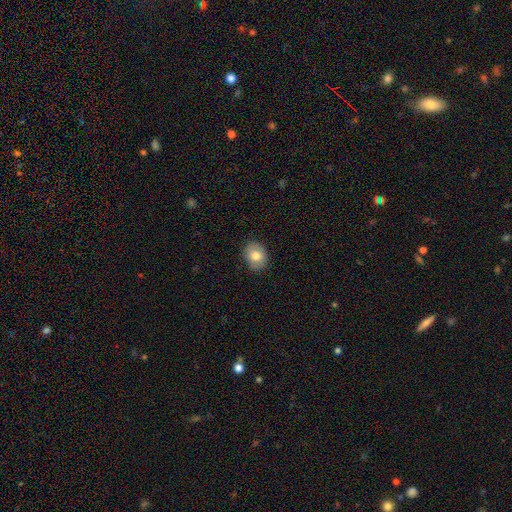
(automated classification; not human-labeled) A smooth galaxy with no disk features (77%) that is in between round and cigar-shaped (55%). Merging: none (86%).